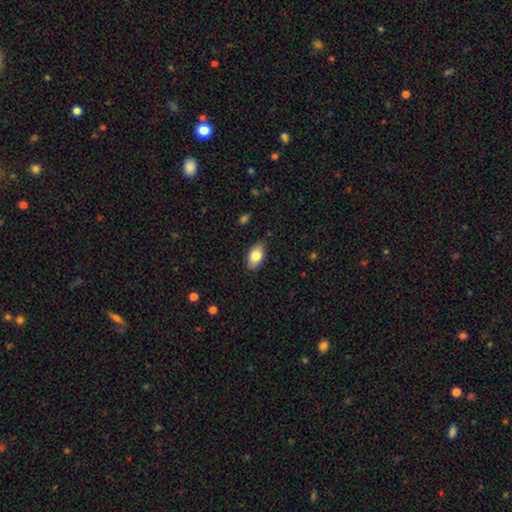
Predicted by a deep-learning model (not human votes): Smooth or featured? Predicted: smooth (p=0.81). How rounded? Predicted: in between (p=0.92). Merging? Predicted: none (p=0.86).